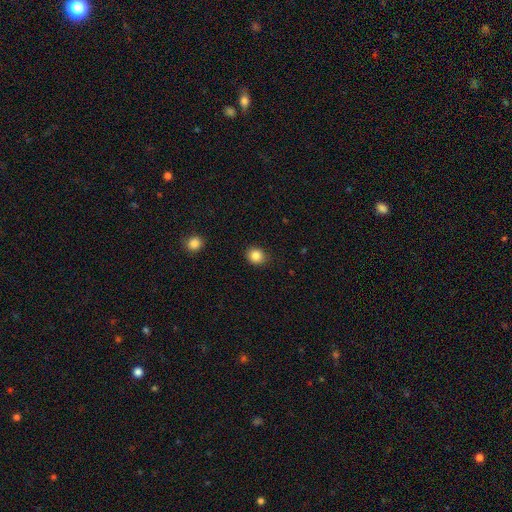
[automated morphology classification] type=smooth (85%); roundness=round (76%); merging=none (88%).